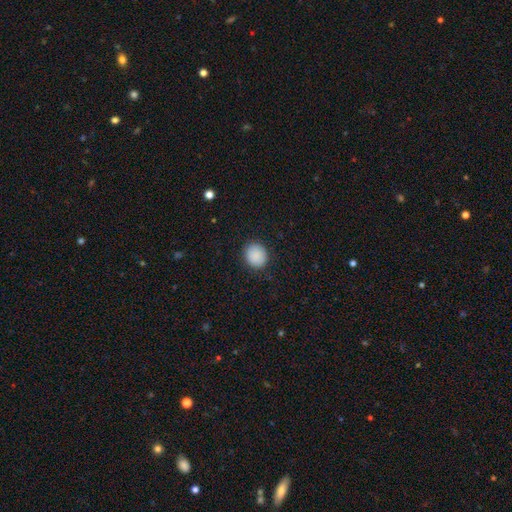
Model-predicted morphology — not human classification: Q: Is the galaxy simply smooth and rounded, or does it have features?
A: smooth — 90%.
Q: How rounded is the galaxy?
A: round — 76%.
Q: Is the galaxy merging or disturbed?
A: none — 90%.